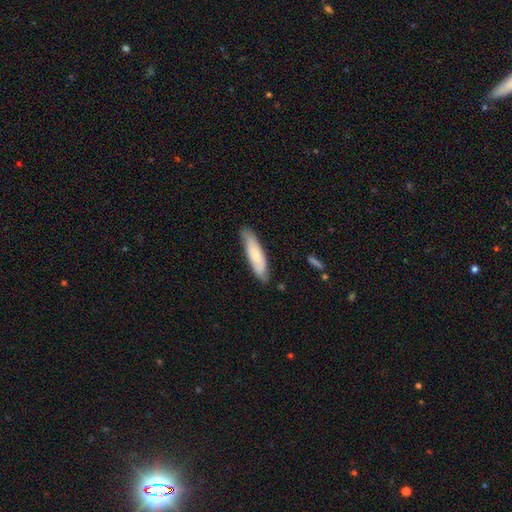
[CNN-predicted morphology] smooth_or_featured: smooth (p=0.70) [alt: featured or disk p=0.24]
how_rounded: cigar-shaped (p=0.69) [alt: in between p=0.29]
merging: none (p=0.79) [alt: minor disturbance p=0.17]